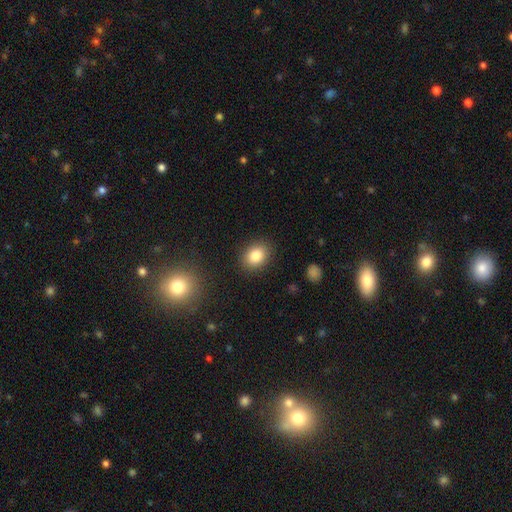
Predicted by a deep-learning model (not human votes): Smooth or featured? smooth (84%)
How rounded? in between (60%)
Merging? none (88%)